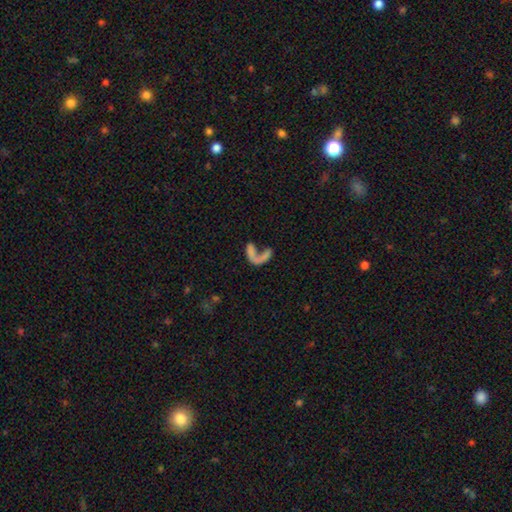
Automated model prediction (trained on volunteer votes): smooth-or-featured: featured or disk: 45% | smooth: 40% | star or artifact: 15%
  merging: none: 33% | major disturbance: 32% | merger: 24% | minor disturbance: 11%